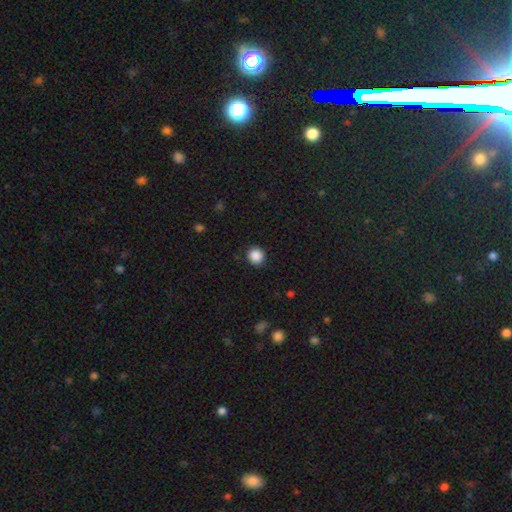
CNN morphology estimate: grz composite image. It shows a smooth galaxy with no disk features (88%) that is round (90%). Merging: none (91%).